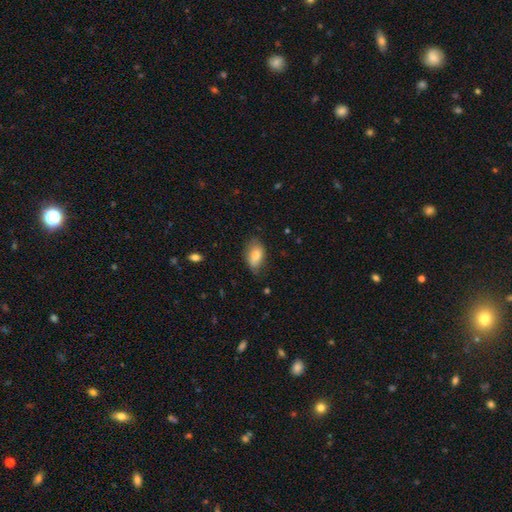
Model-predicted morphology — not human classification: Smooth or featured: smooth — 81% (featured or disk — 12%)
How rounded: in between — 90% (round — 7%)
Merging: none — 64% (minor disturbance — 28%)